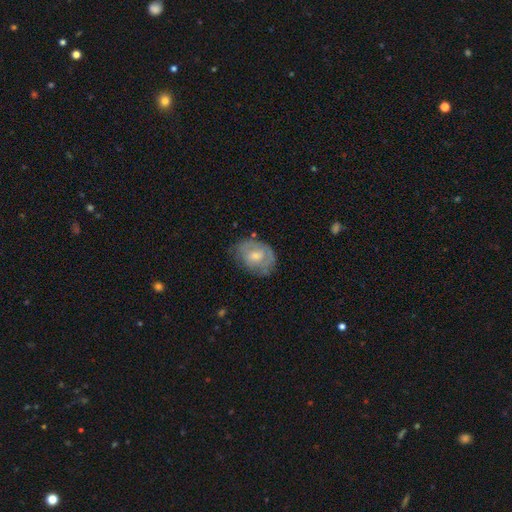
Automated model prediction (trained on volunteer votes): Q: Smooth or featured?
A: featured or disk (53%); runner-up: smooth (38%)
Q: Edge-on disk?
A: no (95%); runner-up: yes (5%)
Q: Bar?
A: no (68%); runner-up: weak (27%)
Q: Spiral arms?
A: yes (61%); runner-up: no (39%)
Q: Bulge size?
A: moderate (58%); runner-up: small (33%)
Q: Merging?
A: none (65%); runner-up: minor disturbance (25%)